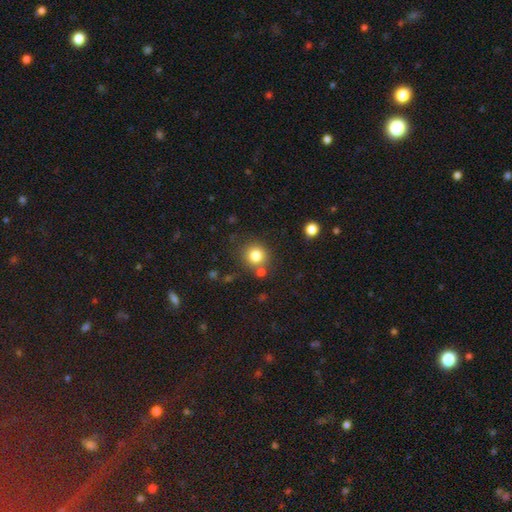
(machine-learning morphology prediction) Q: Smooth or featured?
A: smooth (80%); runner-up: star or artifact (13%)
Q: How rounded?
A: round (90%); runner-up: in between (9%)
Q: Merging?
A: none (77%); runner-up: merger (10%)